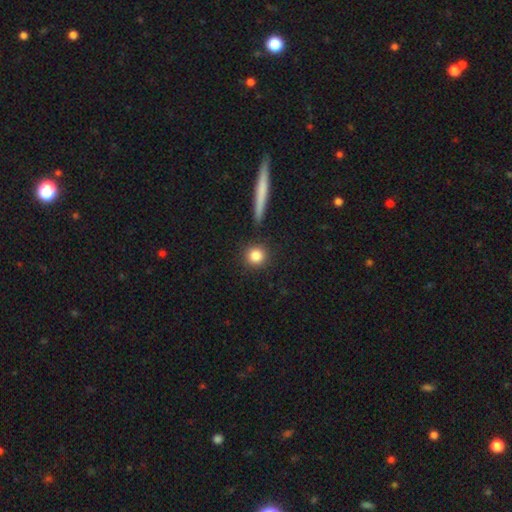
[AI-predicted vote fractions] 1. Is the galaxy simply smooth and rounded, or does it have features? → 84% smooth, 9% star or artifact, 7% featured or disk.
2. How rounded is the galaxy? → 91% round, 7% in between, 2% cigar-shaped.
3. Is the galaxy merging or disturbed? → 88% none, 7% minor disturbance, 3% merger, 2% major disturbance.